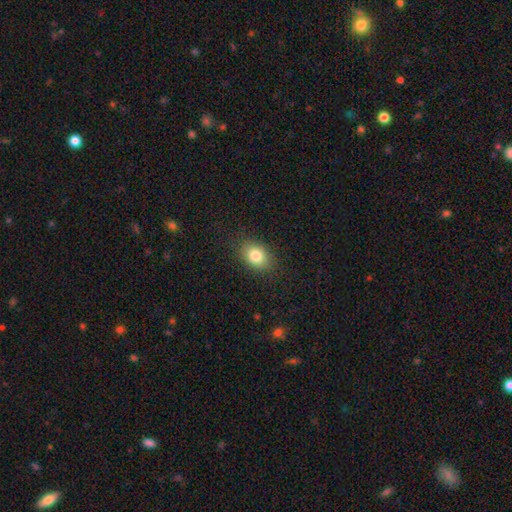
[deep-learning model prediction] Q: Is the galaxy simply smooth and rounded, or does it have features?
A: smooth — 82%.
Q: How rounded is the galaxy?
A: in between — 73%.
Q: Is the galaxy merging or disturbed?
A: none — 85%.